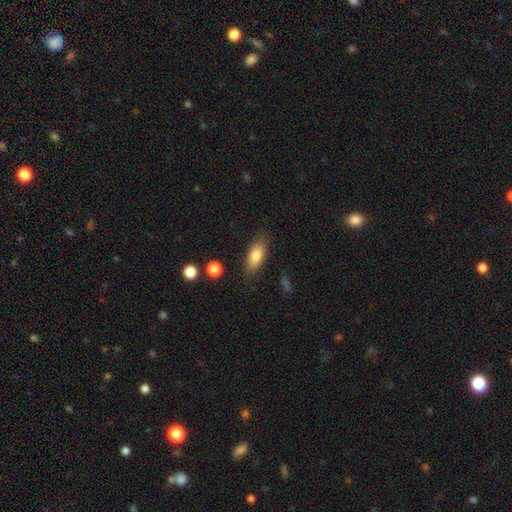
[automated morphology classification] Smooth or featured: smooth — 80% (featured or disk — 13%)
How rounded: in between — 81% (cigar-shaped — 16%)
Merging: none — 83% (minor disturbance — 12%)